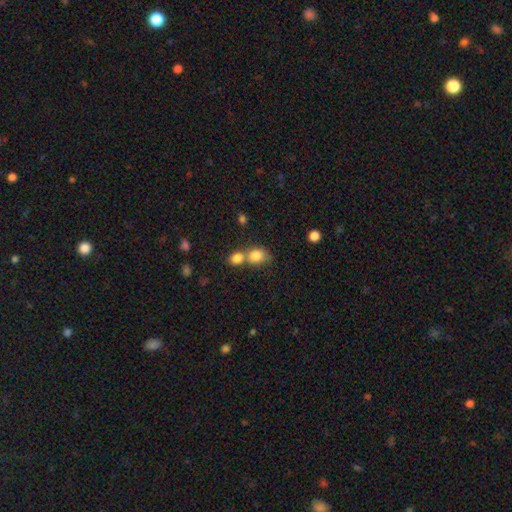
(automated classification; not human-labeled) Q: Smooth or featured?
A: smooth (82%); runner-up: star or artifact (10%)
Q: How rounded?
A: round (59%); runner-up: in between (40%)
Q: Merging?
A: merger (53%); runner-up: none (34%)